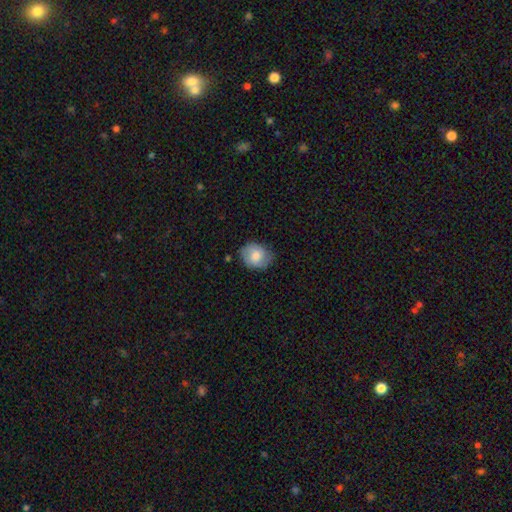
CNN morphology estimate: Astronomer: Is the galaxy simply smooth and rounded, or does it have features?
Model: smooth — 67%.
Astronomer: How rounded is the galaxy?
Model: round — 56% (runner-up: in between, 43%).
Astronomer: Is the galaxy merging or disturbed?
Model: none — 74%.